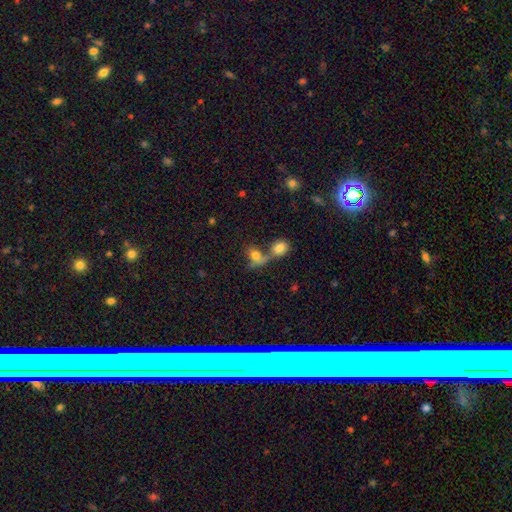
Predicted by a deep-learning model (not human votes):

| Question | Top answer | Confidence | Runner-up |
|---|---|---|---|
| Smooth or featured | smooth | 74% | featured or disk (14%) |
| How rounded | in between | 51% | round (46%) |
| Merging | merger | 53% | none (30%) |